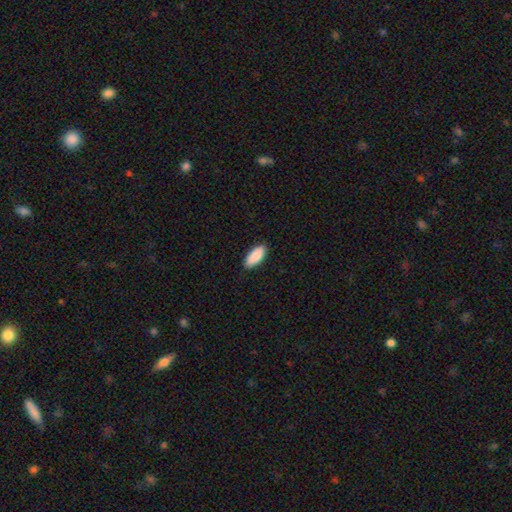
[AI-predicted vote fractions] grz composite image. It shows a smooth galaxy with no disk features (90%) that is in between round and cigar-shaped (82%). Merging: none (87%).